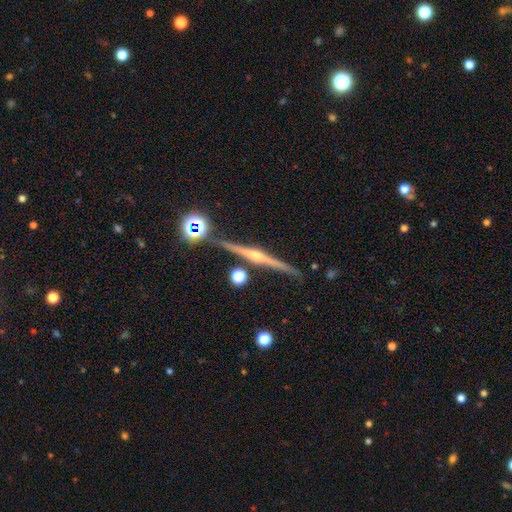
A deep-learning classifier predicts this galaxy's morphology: This is clearly a featured or disk galaxy (85%). It is clearly viewed edge-on (98%). Edge-on bulge: clearly rounded (85%). Merging: clearly none (87%).